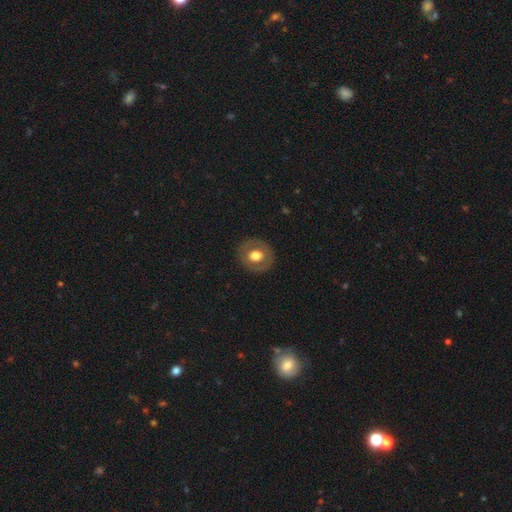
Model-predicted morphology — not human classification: This appears to be a smooth galaxy with no disk features (55%) that is round (70%). Merging: none (86%).